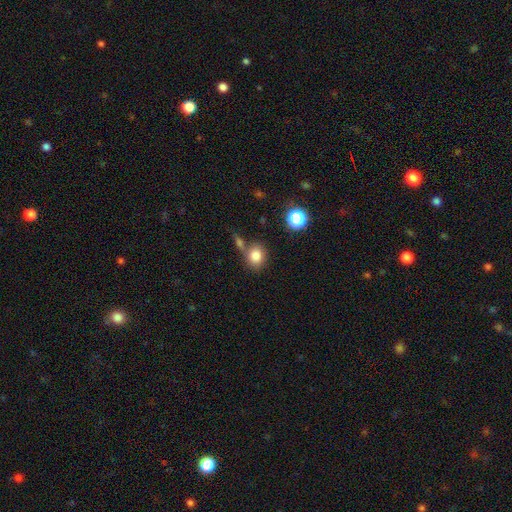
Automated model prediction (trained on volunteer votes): A smooth galaxy with no disk features (81%) that is round (60%). Merging: none (59%).